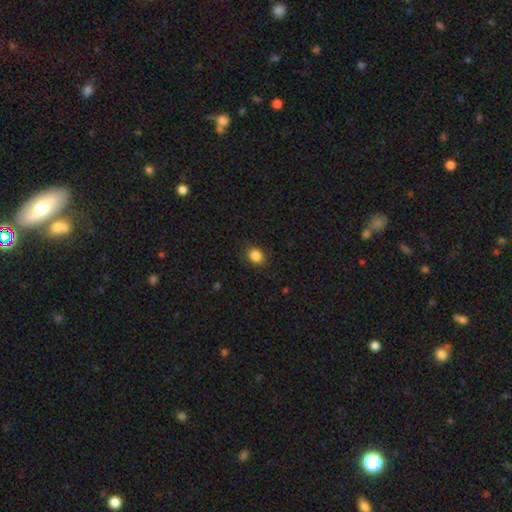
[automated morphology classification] A smooth galaxy with no disk features (86%) that is round (66%).

Vote fractions:
- Smooth or featured? smooth: 86% / star or artifact: 10% / featured or disk: 4%
- How rounded? round: 66% / in between: 33% / cigar-shaped: 1%
- Merging? none: 87% / minor disturbance: 9% / major disturbance: 3% / merger: 1%